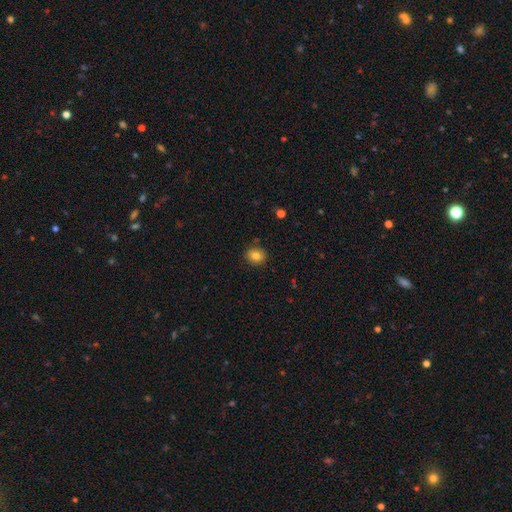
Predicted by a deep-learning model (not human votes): Smooth or featured: smooth — 83% (star or artifact — 10%)
How rounded: round — 68% (in between — 31%)
Merging: none — 88% (minor disturbance — 8%)